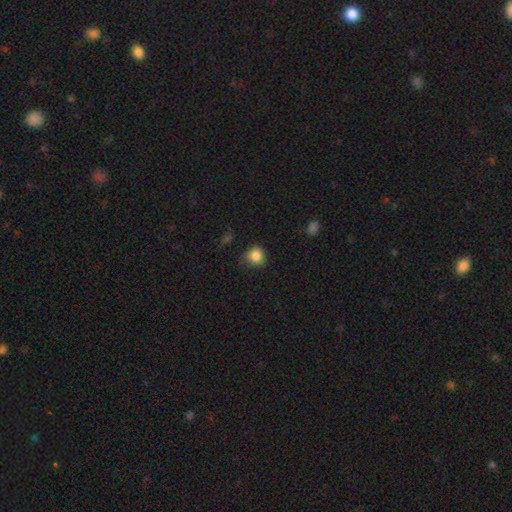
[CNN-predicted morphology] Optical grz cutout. It shows a smooth galaxy with no disk features (85%) that is round (87%). Merging: none (72%).